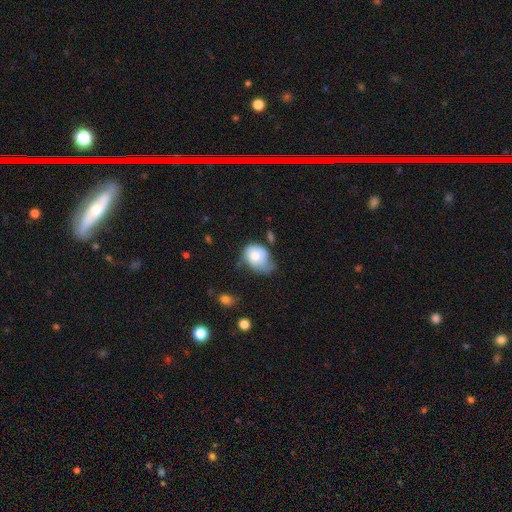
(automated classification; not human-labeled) A smooth galaxy with no disk features (69%) that is in between round and cigar-shaped (61%). Merging: minor disturbance (43%).